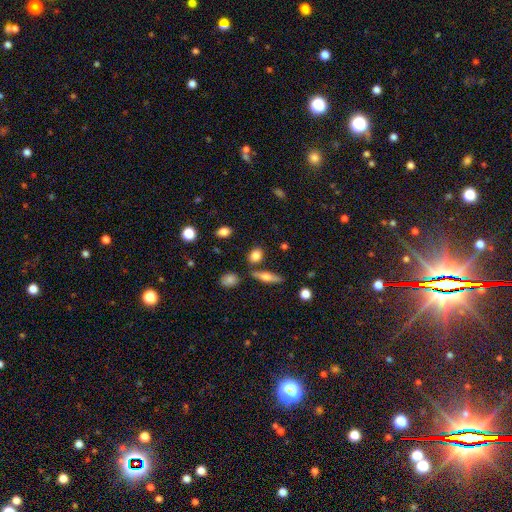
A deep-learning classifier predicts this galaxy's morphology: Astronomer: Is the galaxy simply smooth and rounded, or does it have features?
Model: smooth — 78%.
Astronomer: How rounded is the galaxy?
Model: in between — 63%.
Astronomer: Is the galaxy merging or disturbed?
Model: none — 77%.